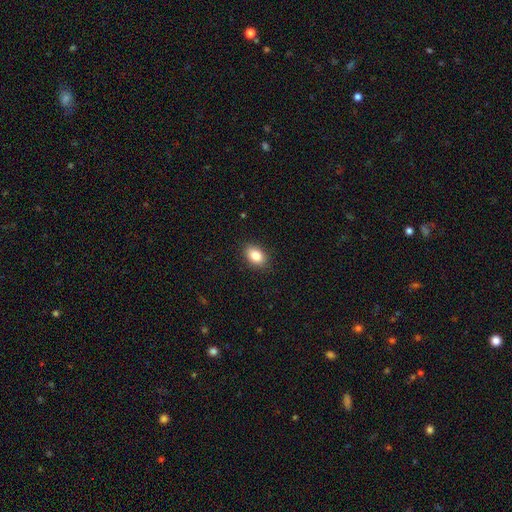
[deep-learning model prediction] smooth_or_featured: smooth (p=0.84) [alt: star or artifact p=0.09]
how_rounded: in between (p=0.83) [alt: round p=0.15]
merging: none (p=0.88) [alt: minor disturbance p=0.09]